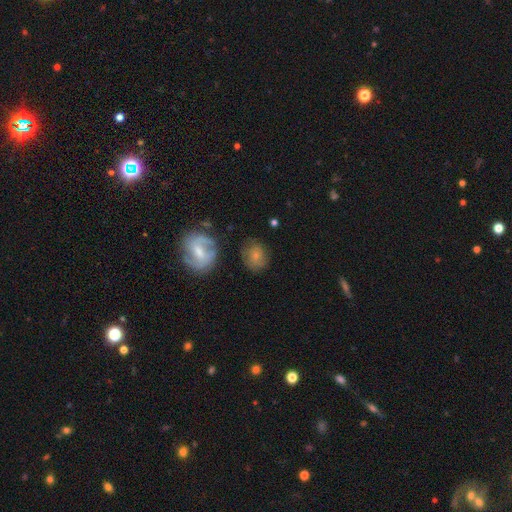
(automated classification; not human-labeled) Q: Smooth or featured?
A: smooth (59%); runner-up: featured or disk (31%)
Q: How rounded?
A: round (61%); runner-up: in between (37%)
Q: Merging?
A: none (68%); runner-up: minor disturbance (20%)